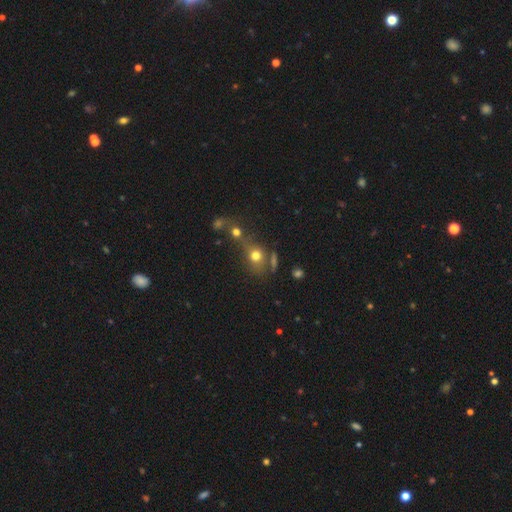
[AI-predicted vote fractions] This appears to be a smooth galaxy with no disk features (68%) that is round (67%). Merging: none (42%).